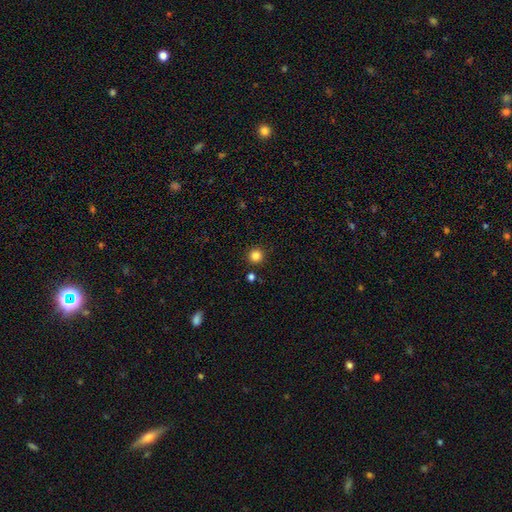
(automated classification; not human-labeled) This is clearly a smooth galaxy (83%). How rounded: clearly round (95%). Merging: clearly none (90%).